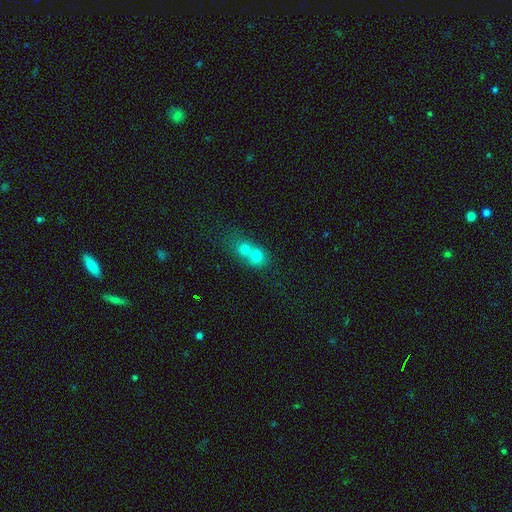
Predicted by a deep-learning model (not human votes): This appears to be a smooth galaxy with no disk features (71%) that is round (72%). Merging: merger (71%).